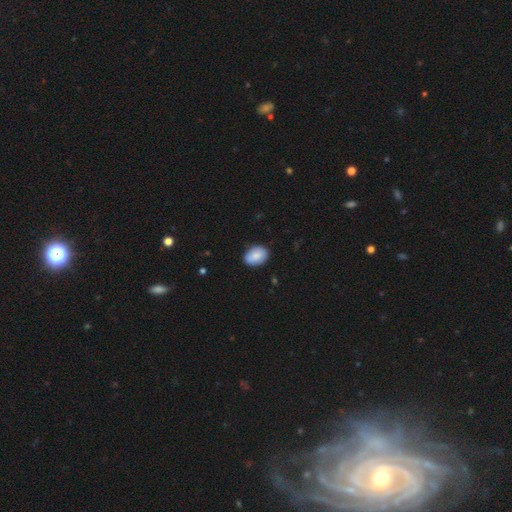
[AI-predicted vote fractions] This is clearly a smooth galaxy (82%). How rounded: likely in between (78%). Merging: clearly none (80%).